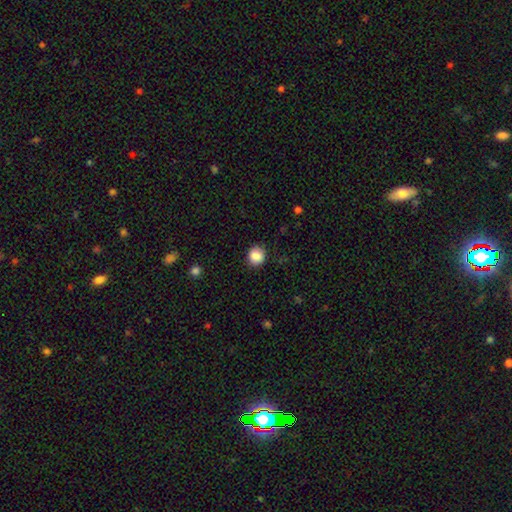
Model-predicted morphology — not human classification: A smooth galaxy with no disk features (87%) that is round (88%).

Vote fractions:
- Smooth or featured? smooth: 87% / star or artifact: 9% / featured or disk: 4%
- How rounded? round: 88% / in between: 11% / cigar-shaped: 1%
- Merging? none: 89% / minor disturbance: 8% / major disturbance: 2% / merger: 1%